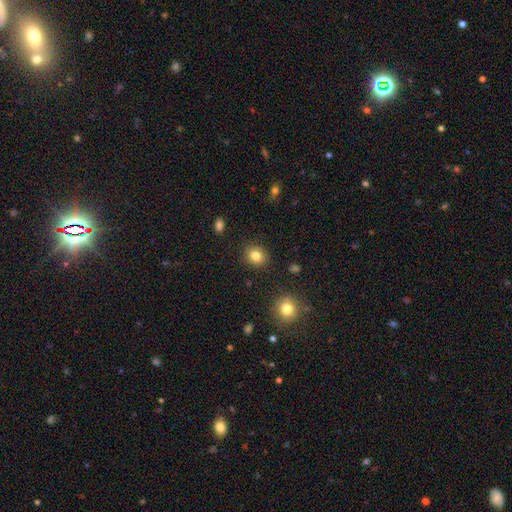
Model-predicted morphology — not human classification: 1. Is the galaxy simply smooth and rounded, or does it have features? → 82% smooth, 11% star or artifact, 7% featured or disk.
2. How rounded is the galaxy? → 68% round, 31% in between, 1% cigar-shaped.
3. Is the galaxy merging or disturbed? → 88% none, 8% minor disturbance, 2% major disturbance, 2% merger.